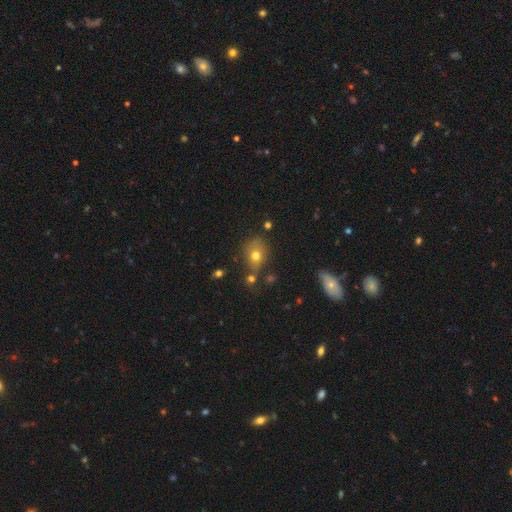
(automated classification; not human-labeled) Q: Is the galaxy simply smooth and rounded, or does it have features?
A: smooth — 71%.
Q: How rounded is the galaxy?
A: round — 55%.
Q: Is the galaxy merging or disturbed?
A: none — 58%.